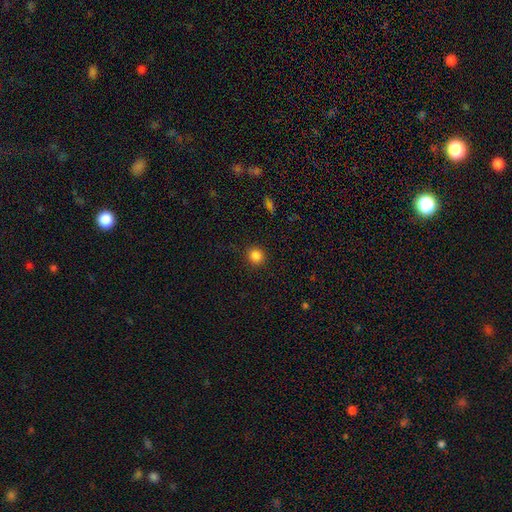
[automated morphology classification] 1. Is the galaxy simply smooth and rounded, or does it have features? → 85% smooth, 12% star or artifact, 4% featured or disk.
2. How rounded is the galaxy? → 91% round, 8% in between, 1% cigar-shaped.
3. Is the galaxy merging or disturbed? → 91% none, 6% minor disturbance, 2% major disturbance, 1% merger.